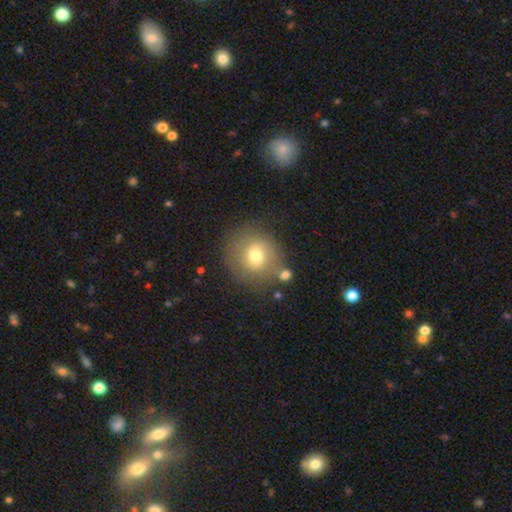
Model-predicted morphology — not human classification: Smooth or featured? smooth (69%)
How rounded? round (87%)
Merging? none (74%)